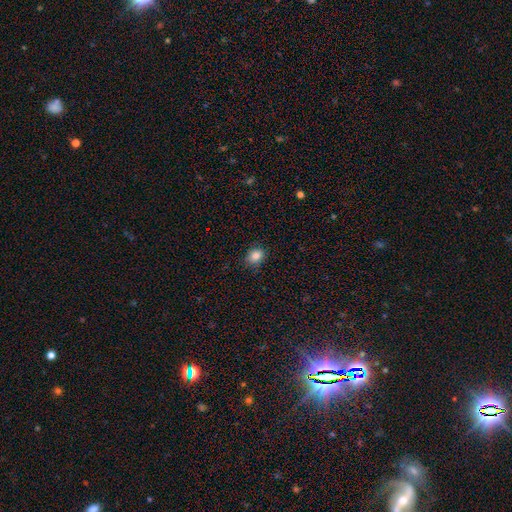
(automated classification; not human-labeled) The model was most divided on "how rounded": in between: 54%, round: 45%, cigar-shaped: 1%. More confident: smooth or featured — smooth (85%); merging — none (84%).